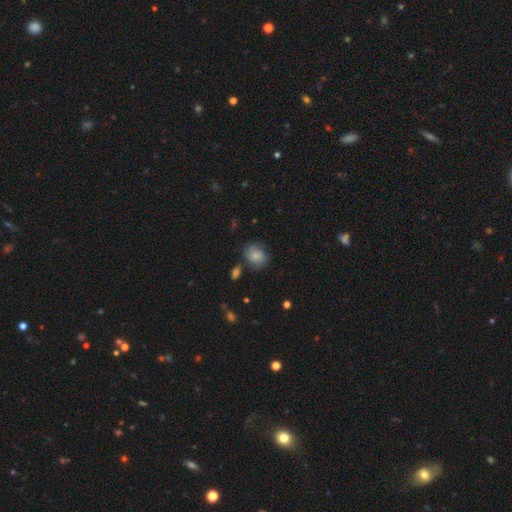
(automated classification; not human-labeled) smooth-or-featured: smooth: 75% | featured or disk: 17% | star or artifact: 9%
  how-rounded: round: 55% | in between: 44% | cigar-shaped: 1%
  merging: none: 66% | minor disturbance: 22% | major disturbance: 8% | merger: 5%